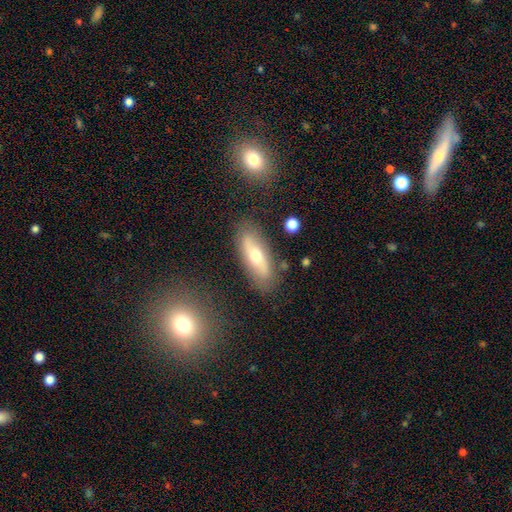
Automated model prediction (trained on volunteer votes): Morphology: type=smooth (49%); merging=none (80%).